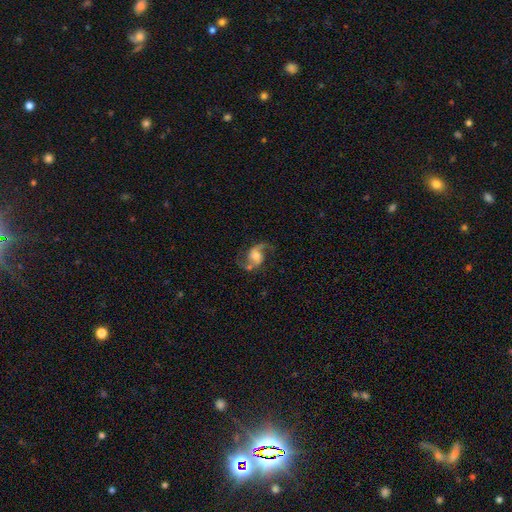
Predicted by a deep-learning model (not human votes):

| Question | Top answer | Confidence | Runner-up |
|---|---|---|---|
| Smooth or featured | featured or disk | 82% | smooth (11%) |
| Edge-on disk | no | 98% | yes (2%) |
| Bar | no | 55% | weak (34%) |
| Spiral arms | yes | 95% | no (5%) |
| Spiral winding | loose | 56% | medium (37%) |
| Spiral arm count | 2 | 91% | 1 (4%) |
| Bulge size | moderate | 46% | small (25%) |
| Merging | none | 67% | minor disturbance (16%) |